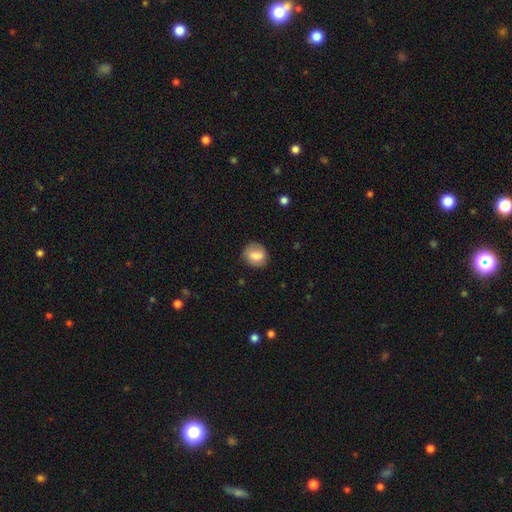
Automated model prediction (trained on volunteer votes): Q: Smooth or featured?
A: smooth (75%); runner-up: featured or disk (17%)
Q: How rounded?
A: round (74%); runner-up: in between (25%)
Q: Merging?
A: none (81%); runner-up: minor disturbance (14%)